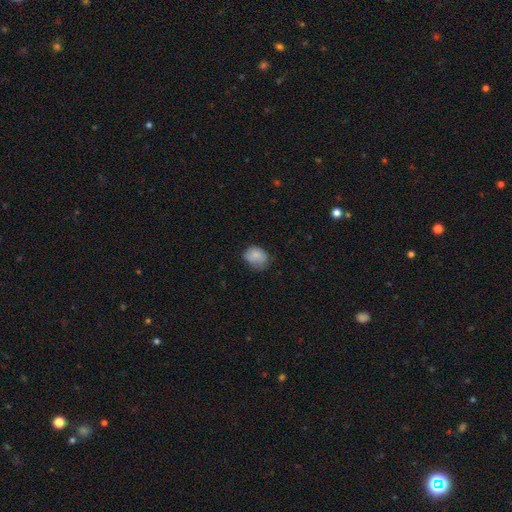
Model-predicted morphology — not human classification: Overall: smooth (80%). How rounded: in between (51%; round 48%). Merging: none (55%; minor disturbance 33%).